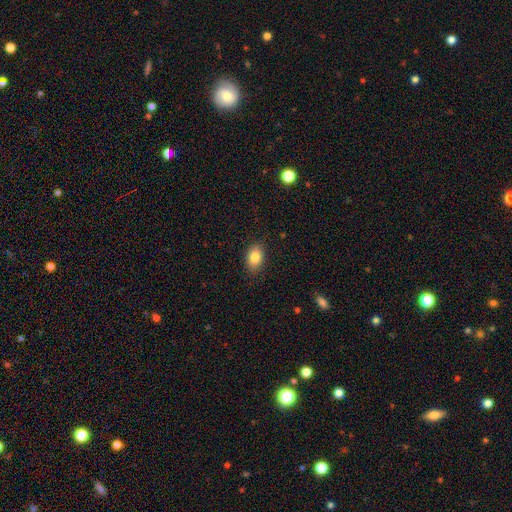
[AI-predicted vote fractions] The model was most divided on "how rounded": in between: 85%, round: 13%, cigar-shaped: 2%. More confident: merging — none (86%); smooth or featured — smooth (84%).